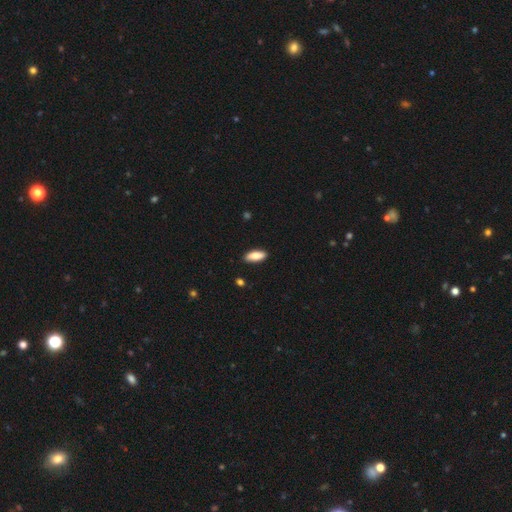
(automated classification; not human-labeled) This is clearly a smooth galaxy (85%). How rounded: likely in between (75%). Merging: clearly none (88%).